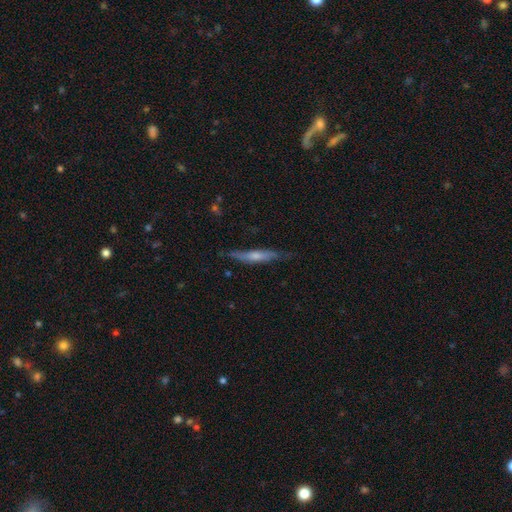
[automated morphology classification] smooth-or-featured: featured or disk: 54% | smooth: 39% | star or artifact: 7%
  disk-edge-on: yes: 87% | no: 13%
  merging: none: 74% | minor disturbance: 20% | major disturbance: 5% | merger: 2%